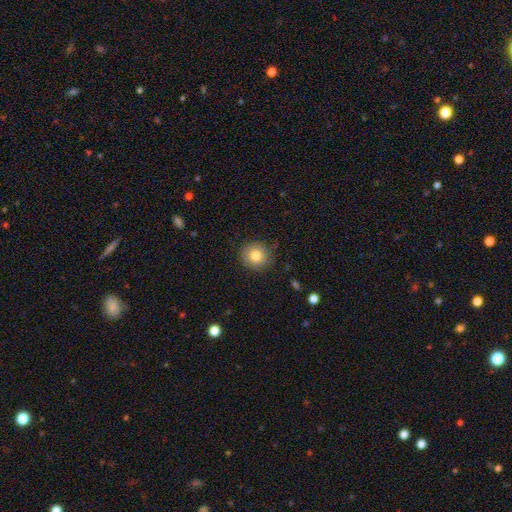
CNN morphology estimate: smooth-or-featured: smooth: 80% | star or artifact: 10% | featured or disk: 10%
  how-rounded: round: 92% | in between: 7% | cigar-shaped: 1%
  merging: none: 87% | minor disturbance: 10% | major disturbance: 2% | merger: 1%